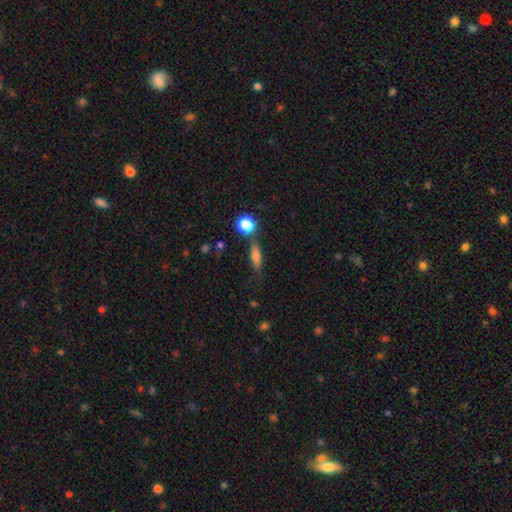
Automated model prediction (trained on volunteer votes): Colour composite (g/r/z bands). It shows a smooth galaxy with no disk features (70%) that is cigar-shaped (52%). Merging: none (69%).